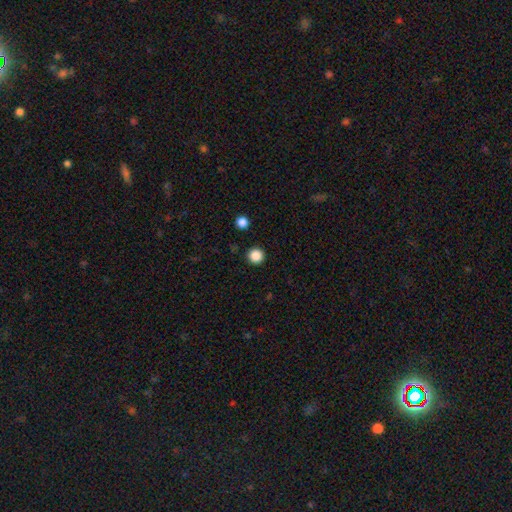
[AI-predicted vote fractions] This is clearly a smooth galaxy (87%). How rounded: clearly round (96%). Merging: clearly none (93%).